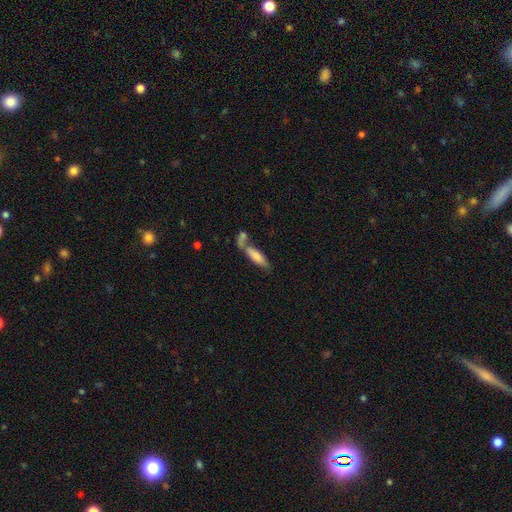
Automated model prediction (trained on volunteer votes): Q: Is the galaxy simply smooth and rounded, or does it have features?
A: smooth — 74%.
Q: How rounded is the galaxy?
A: cigar-shaped — 50%.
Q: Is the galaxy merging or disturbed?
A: merger — 44%.